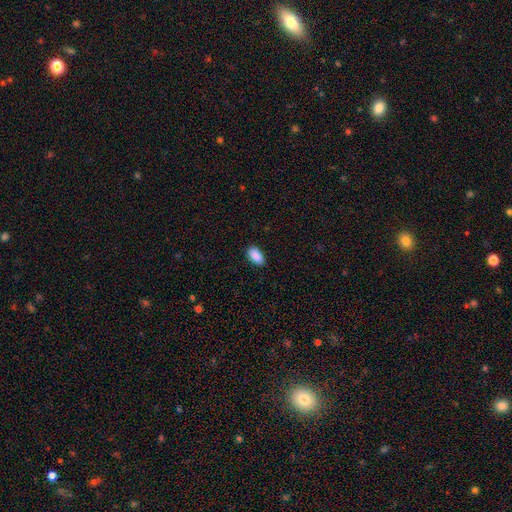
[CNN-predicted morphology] A smooth galaxy with no disk features (90%) that is in between round and cigar-shaped (94%). Merging: none (86%).